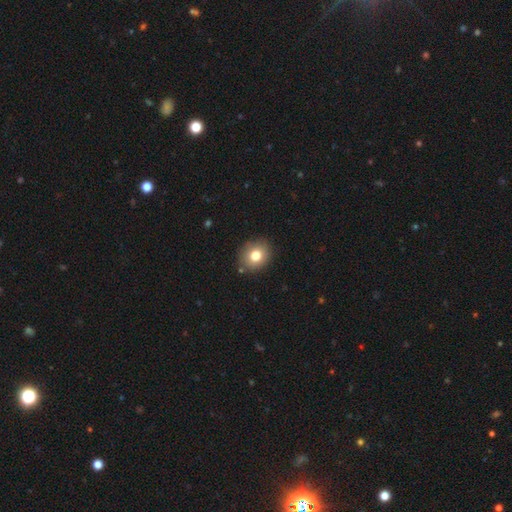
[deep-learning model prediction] The model was most divided on "how rounded": round: 68%, in between: 31%, cigar-shaped: 1%. More confident: merging — none (87%); smooth or featured — smooth (78%).